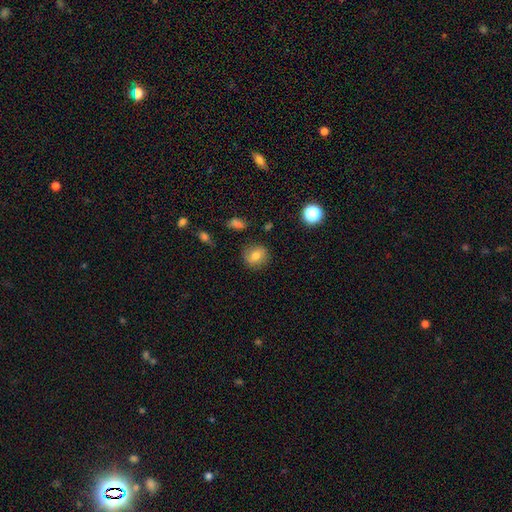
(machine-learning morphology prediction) Smooth or featured? smooth (76%)
How rounded? round (78%)
Merging? none (86%)